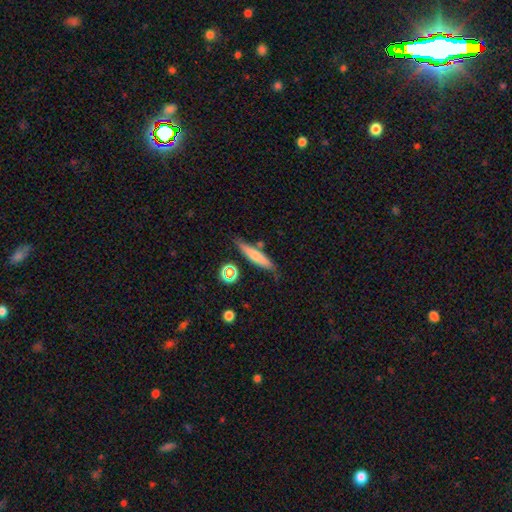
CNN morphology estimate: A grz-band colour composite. It shows a smooth galaxy with no disk features (67%) that is cigar-shaped (86%). Merging: none (74%).